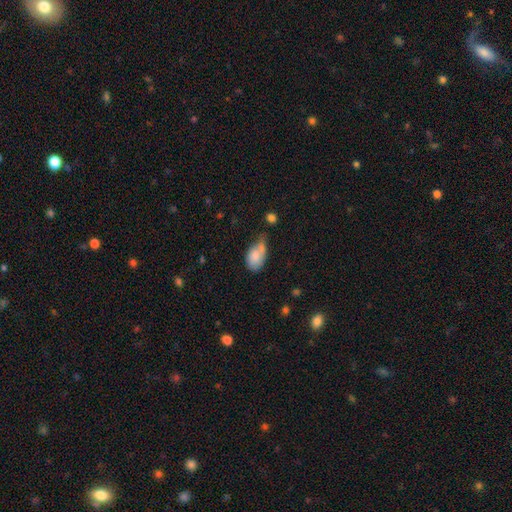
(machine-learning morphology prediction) A smooth galaxy with no disk features (77%) that is in between round and cigar-shaped (86%). Merging: minor disturbance (32%).